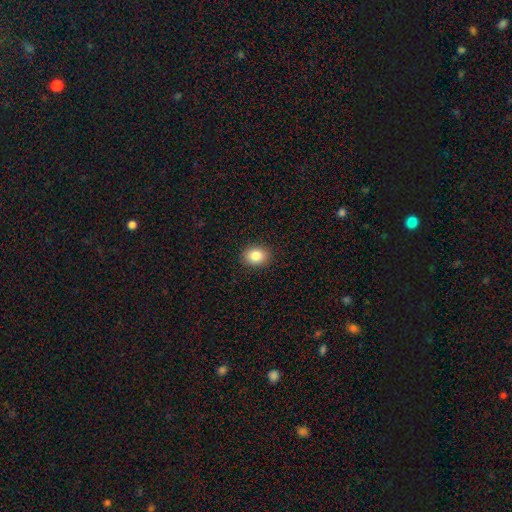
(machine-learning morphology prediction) A smooth galaxy with no disk features (85%) that is in between round and cigar-shaped (55%).

Vote fractions:
- Smooth or featured? smooth: 85% / star or artifact: 9% / featured or disk: 6%
- How rounded? in between: 55% / round: 44% / cigar-shaped: 1%
- Merging? none: 90% / minor disturbance: 7% / major disturbance: 2% / merger: 1%